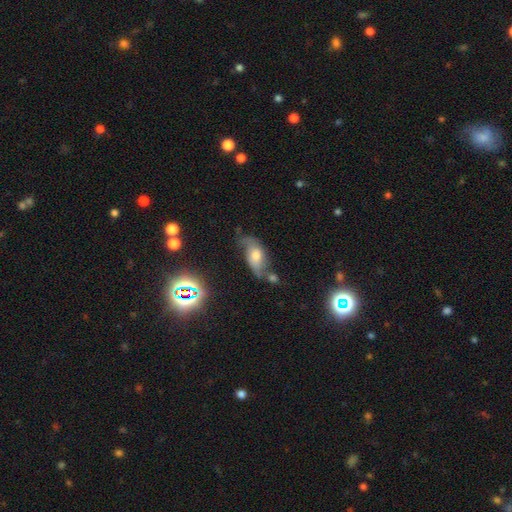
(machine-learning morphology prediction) The model was most divided on "merging": none: 42%, minor disturbance: 26%, major disturbance: 18%, merger: 14%. More confident: edge-on disk — no (90%); smooth or featured — featured or disk (54%).